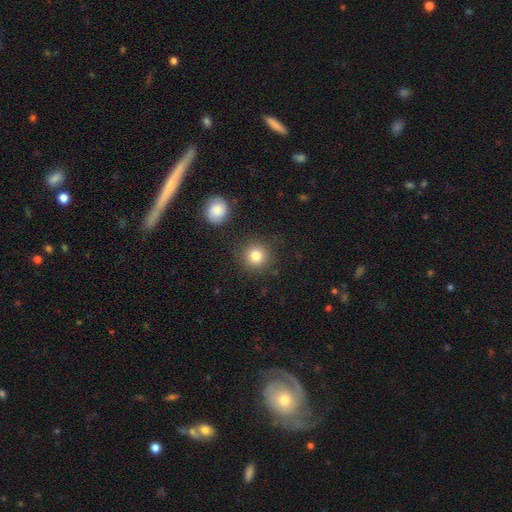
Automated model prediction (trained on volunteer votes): The model was most divided on "smooth or featured": smooth: 83%, star or artifact: 11%, featured or disk: 7%. More confident: how rounded — round (93%); merging — none (86%).